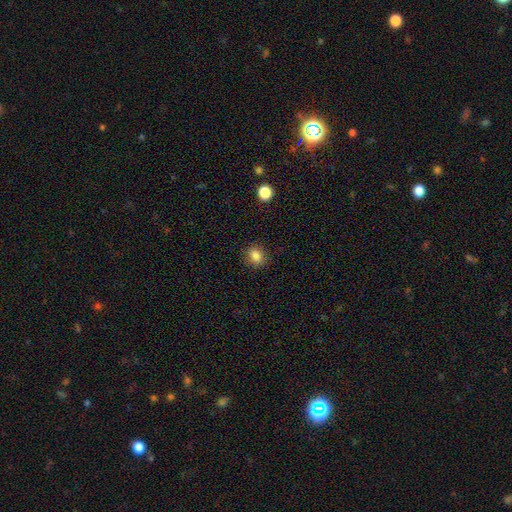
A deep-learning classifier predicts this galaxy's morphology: smooth_or_featured: smooth (p=0.84) [alt: star or artifact p=0.11]
how_rounded: round (p=0.60) [alt: in between p=0.39]
merging: none (p=0.88) [alt: minor disturbance p=0.08]